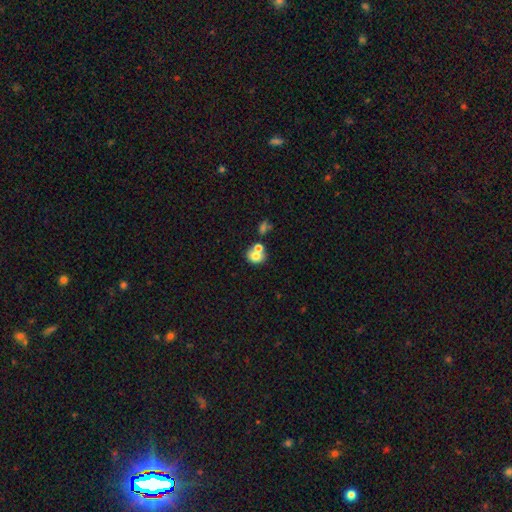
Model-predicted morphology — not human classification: Smooth or featured? smooth (72%)
How rounded? round (70%)
Merging? merger (46%)